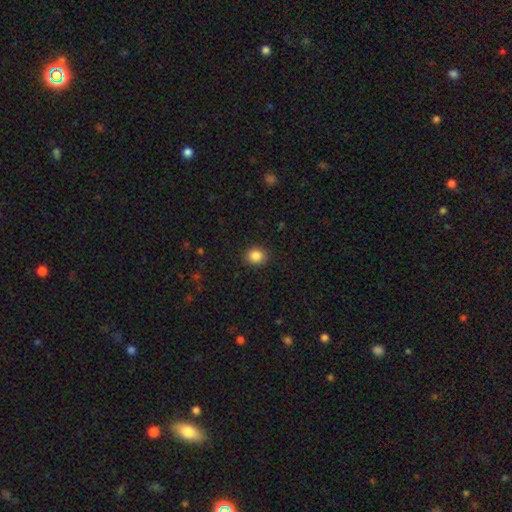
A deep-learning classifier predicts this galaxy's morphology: A smooth galaxy with no disk features (86%) that is round (77%).

Vote fractions:
- Smooth or featured? smooth: 86% / star or artifact: 10% / featured or disk: 4%
- How rounded? round: 77% / in between: 22% / cigar-shaped: 1%
- Merging? none: 90% / minor disturbance: 7% / major disturbance: 2% / merger: 1%